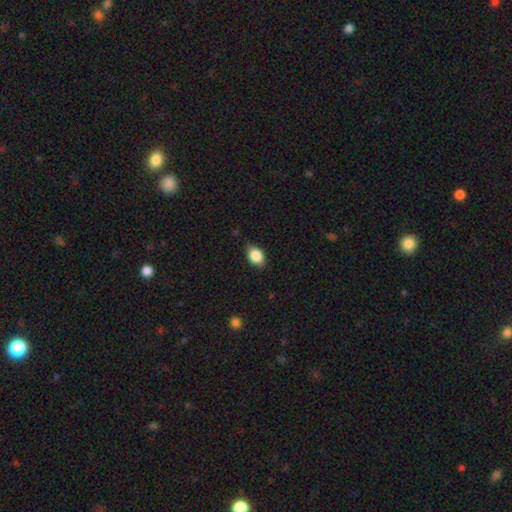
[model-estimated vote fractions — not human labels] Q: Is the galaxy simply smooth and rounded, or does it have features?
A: smooth — 83%.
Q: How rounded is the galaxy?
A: in between — 73%.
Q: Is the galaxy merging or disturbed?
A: none — 75%.